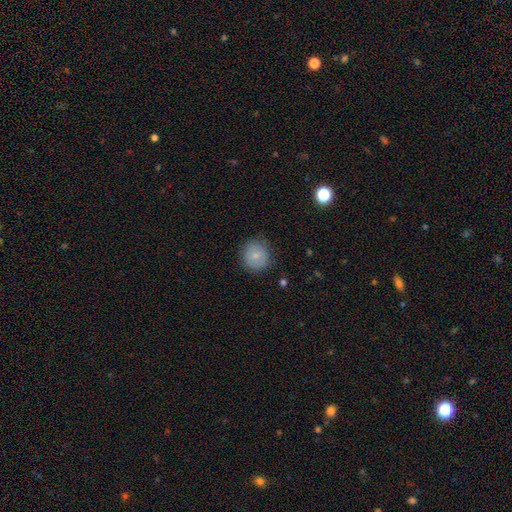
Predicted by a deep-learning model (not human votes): The model was most divided on "smooth or featured": smooth: 76%, featured or disk: 16%, star or artifact: 7%. More confident: how rounded — round (88%); merging — none (80%).